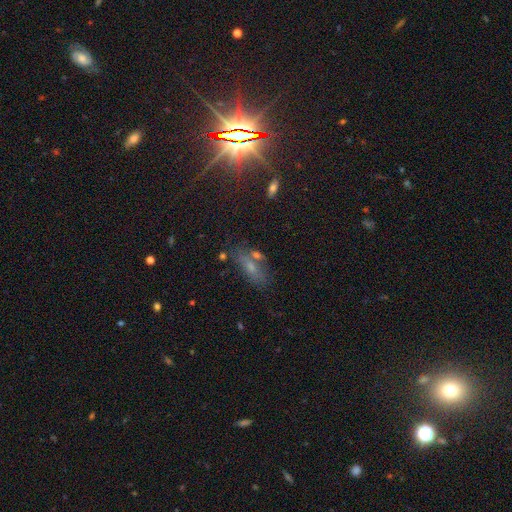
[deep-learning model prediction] Smooth or featured? Predicted: star or artifact (p=0.45).